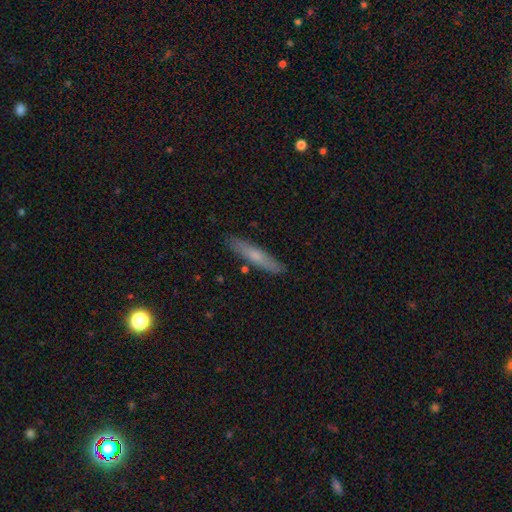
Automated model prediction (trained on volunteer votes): smooth 60%, featured or disk 34%, star or artifact 6%. Down the decision tree: how rounded — cigar-shaped (90%); merging — none (88%).